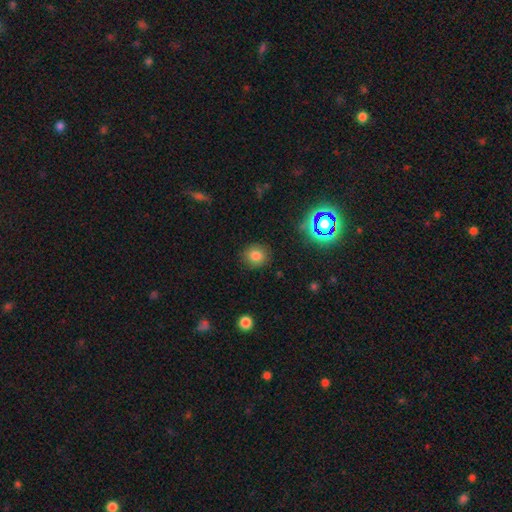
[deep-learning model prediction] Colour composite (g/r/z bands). It shows a smooth galaxy with no disk features (78%) that is round (85%). Merging: none (87%).